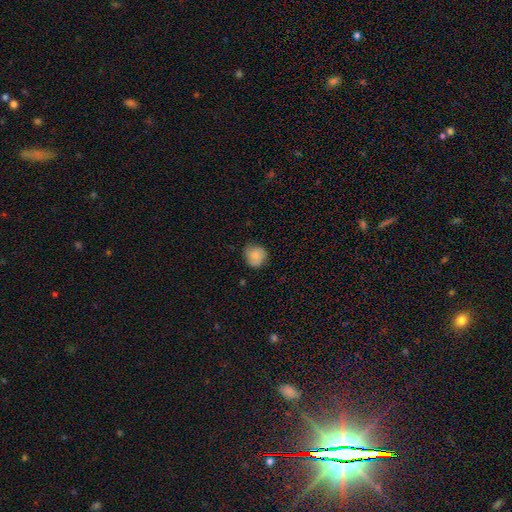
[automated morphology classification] smooth_or_featured: smooth (p=0.81) [alt: featured or disk p=0.12]
how_rounded: round (p=0.85) [alt: in between p=0.14]
merging: none (p=0.72) [alt: minor disturbance p=0.23]